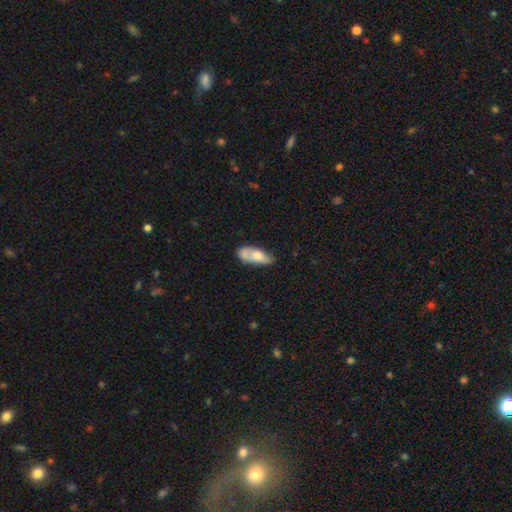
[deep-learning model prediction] Smooth or featured?
  - smooth: 64% *
  - featured or disk: 29%
  - star or artifact: 7%
How rounded?
  - in between: 76% *
  - cigar-shaped: 21%
  - round: 3%
Merging?
  - none: 45% *
  - minor disturbance: 27%
  - merger: 18%
  - major disturbance: 11%